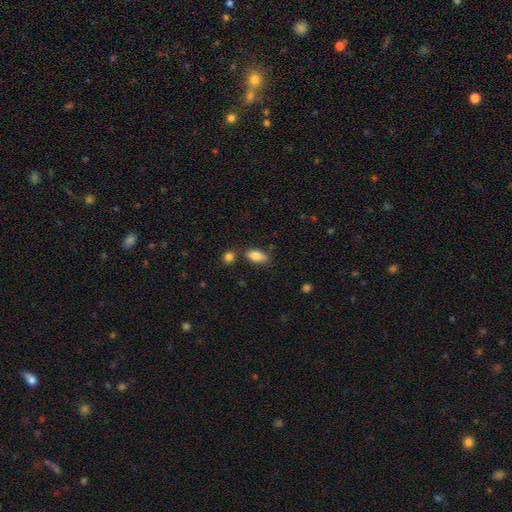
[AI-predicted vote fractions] smooth 83%, featured or disk 9%, star or artifact 8%. Down the decision tree: how rounded — in between (89%); merging — none (70%).